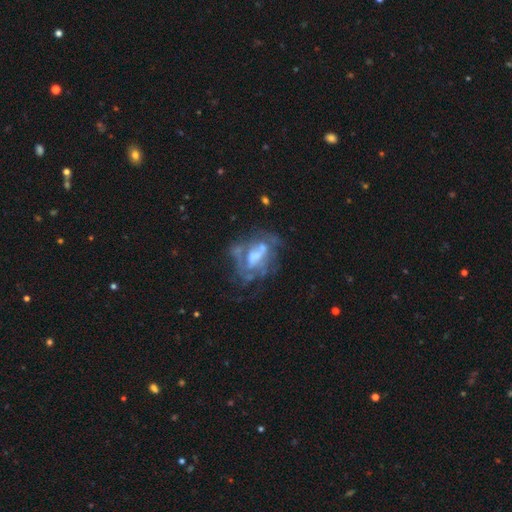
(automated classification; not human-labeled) A featured or disk galaxy (71%) with no bar (59%), no spiral arms (64%) and a moderate central bulge (38%).

Vote fractions:
- Smooth or featured? featured or disk: 71% / smooth: 18% / star or artifact: 11%
- Edge-on disk? no: 96% / yes: 4%
- Bar? no: 59% / weak: 29% / strong: 12%
- Spiral arms? no: 64% / yes: 36%
- Bulge size? moderate: 38% / none: 23% / small: 23% / large: 14% / dominant: 2%
- Merging? none: 36% / major disturbance: 31% / minor disturbance: 19% / merger: 15%